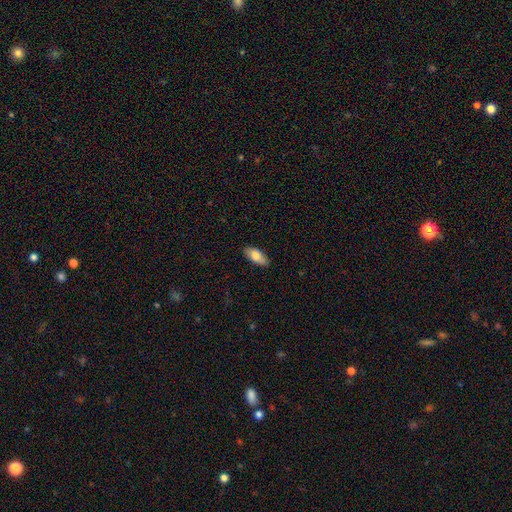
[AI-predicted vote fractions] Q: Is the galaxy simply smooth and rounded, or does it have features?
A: smooth — 79%.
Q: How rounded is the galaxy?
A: in between — 86%.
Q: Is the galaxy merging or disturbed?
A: none — 86%.